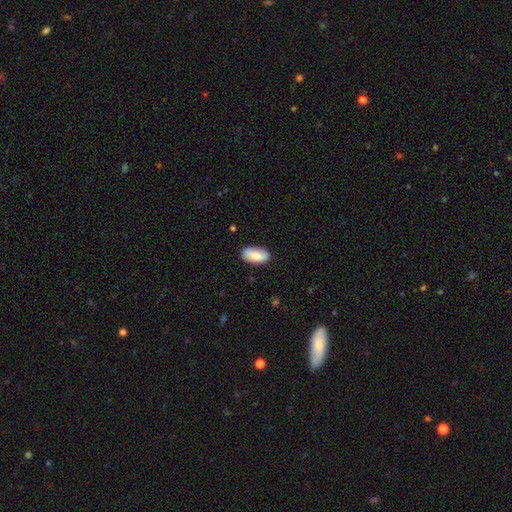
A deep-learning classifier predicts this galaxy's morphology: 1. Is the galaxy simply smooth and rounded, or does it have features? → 78% smooth, 16% featured or disk, 6% star or artifact.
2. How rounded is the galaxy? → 93% in between, 4% cigar-shaped, 3% round.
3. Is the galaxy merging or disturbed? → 84% none, 12% minor disturbance, 2% major disturbance, 1% merger.